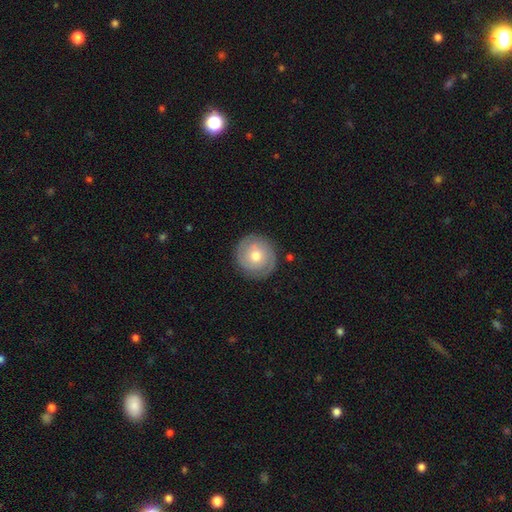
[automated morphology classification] smooth-or-featured: featured or disk: 54% | smooth: 39% | star or artifact: 7%
  disk-edge-on: no: 97% | yes: 3%
    bar: no: 79% | weak: 18% | strong: 3%
    has-spiral-arms: yes: 78% | no: 22%
    bulge-size: moderate: 73% | small: 19% | large: 6% | dominant: 1% | none: 1%
  merging: none: 87% | minor disturbance: 9% | major disturbance: 3% | merger: 1%